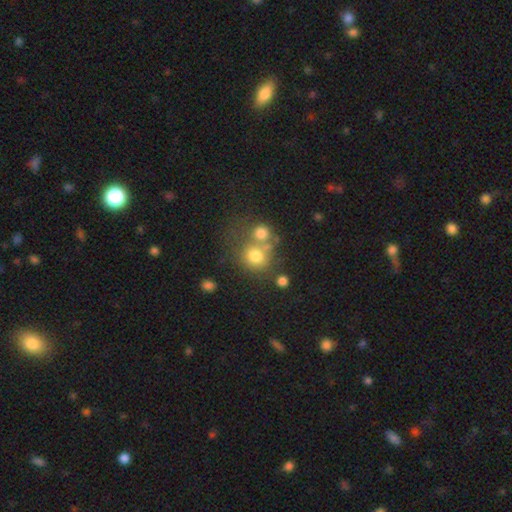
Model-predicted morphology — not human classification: type=smooth (73%); roundness=round (81%); merging=none (47%).